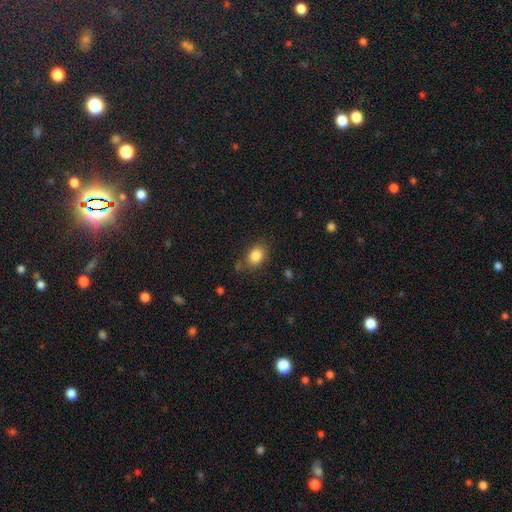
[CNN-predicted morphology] Q: Smooth or featured?
A: smooth (84%); runner-up: star or artifact (9%)
Q: How rounded?
A: in between (68%); runner-up: round (30%)
Q: Merging?
A: none (76%); runner-up: minor disturbance (16%)